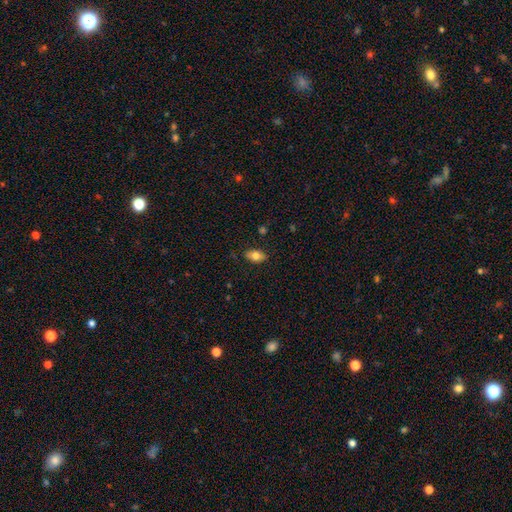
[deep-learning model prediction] Smooth or featured? smooth (76%)
How rounded? in between (89%)
Merging? none (85%)